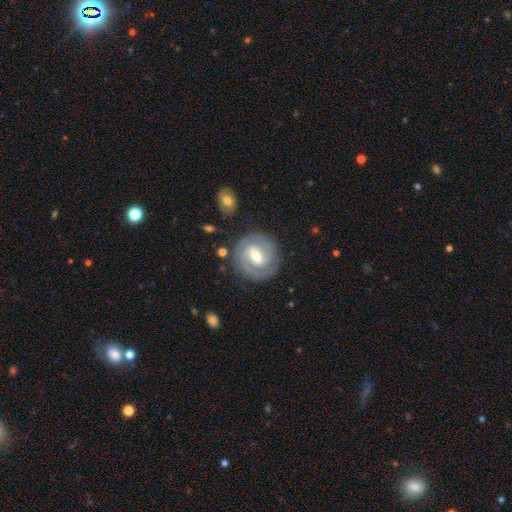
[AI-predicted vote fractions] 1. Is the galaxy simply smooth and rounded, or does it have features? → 87% featured or disk, 8% smooth, 5% star or artifact.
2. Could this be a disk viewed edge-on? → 97% no, 3% yes.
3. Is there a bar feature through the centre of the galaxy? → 47% weak, 41% strong, 12% no.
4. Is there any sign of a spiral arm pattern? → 97% yes, 3% no.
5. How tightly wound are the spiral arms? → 69% tight, 27% medium, 4% loose.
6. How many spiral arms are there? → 81% 2, 8% 3, 6% can't tell, 2% 1, 2% 4, 1% more than 4.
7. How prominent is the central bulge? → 58% moderate, 35% small, 5% large, 1% none, 1% dominant.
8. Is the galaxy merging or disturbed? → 83% none, 11% minor disturbance, 4% major disturbance, 2% merger.